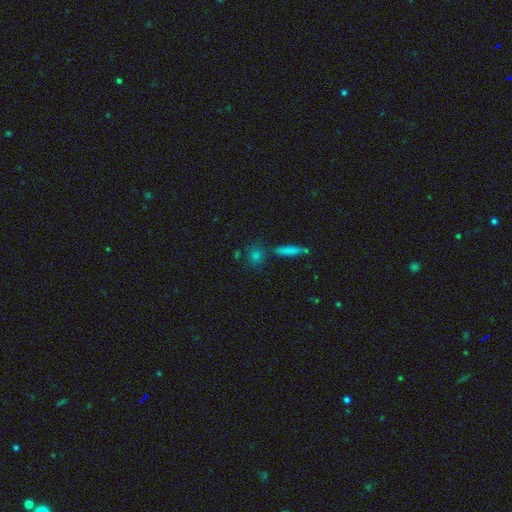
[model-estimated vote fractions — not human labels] Morphology: type=smooth (71%); roundness=round (57%); merging=none (73%).